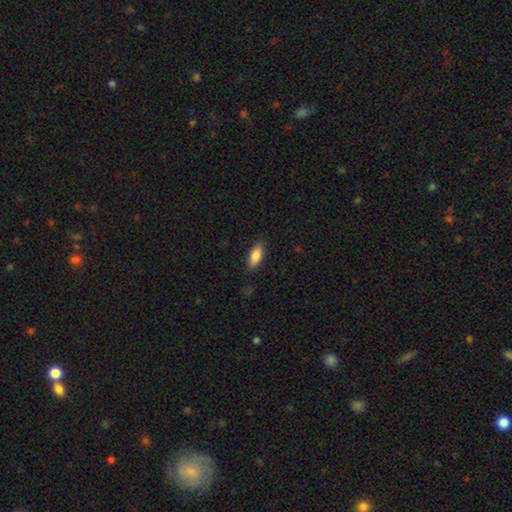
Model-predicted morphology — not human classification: smooth_or_featured: smooth (p=0.84) [alt: featured or disk p=0.10]
how_rounded: in between (p=0.79) [alt: cigar-shaped p=0.18]
merging: none (p=0.84) [alt: minor disturbance p=0.13]